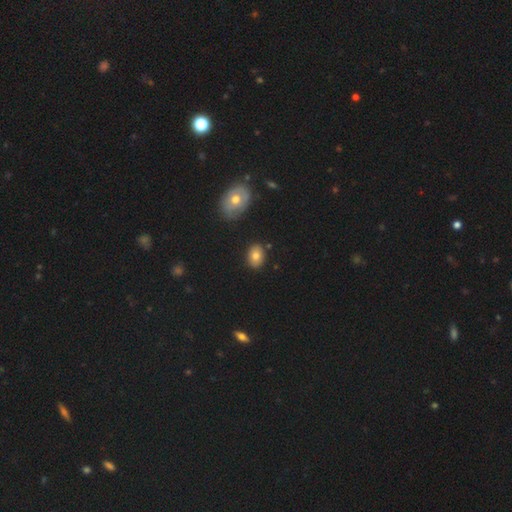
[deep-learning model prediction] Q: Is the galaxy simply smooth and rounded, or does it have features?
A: smooth — 79%.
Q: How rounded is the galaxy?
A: in between — 71%.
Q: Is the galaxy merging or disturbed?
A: none — 83%.